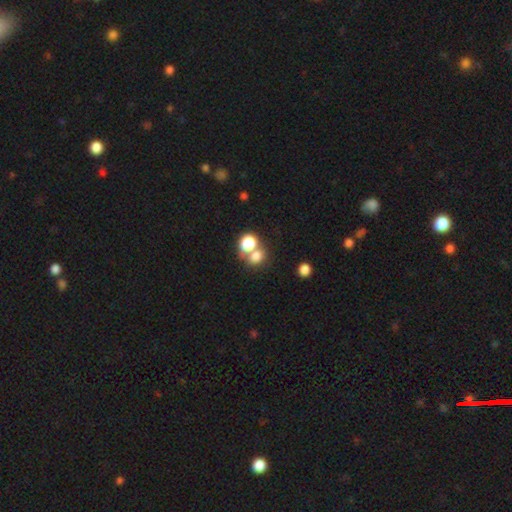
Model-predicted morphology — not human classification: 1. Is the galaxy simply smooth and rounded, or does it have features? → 74% smooth, 15% star or artifact, 11% featured or disk.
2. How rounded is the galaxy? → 62% round, 36% in between, 1% cigar-shaped.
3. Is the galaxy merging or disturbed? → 50% merger, 39% none, 7% minor disturbance, 4% major disturbance.